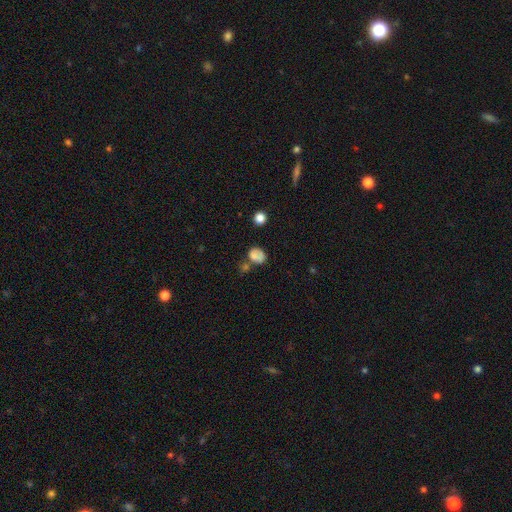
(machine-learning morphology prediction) The model was most divided on "how rounded": in between: 56%, round: 43%, cigar-shaped: 1%. Remaining: smooth or featured — smooth (72%); merging — none (45%).